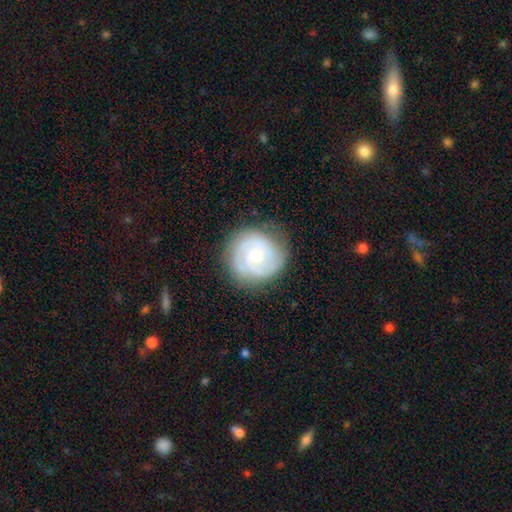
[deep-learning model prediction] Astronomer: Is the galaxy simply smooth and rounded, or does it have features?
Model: featured or disk — 81%.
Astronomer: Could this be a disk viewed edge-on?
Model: no — 98%.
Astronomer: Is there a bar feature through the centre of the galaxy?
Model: no — 71%.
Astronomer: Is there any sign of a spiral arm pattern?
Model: yes — 95%.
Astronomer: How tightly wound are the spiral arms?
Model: tight — 69%.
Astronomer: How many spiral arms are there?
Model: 2 — 44% (runner-up: 3, 25%).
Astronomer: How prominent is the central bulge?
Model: small — 51% (runner-up: moderate, 46%).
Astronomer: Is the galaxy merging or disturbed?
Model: none — 80%.